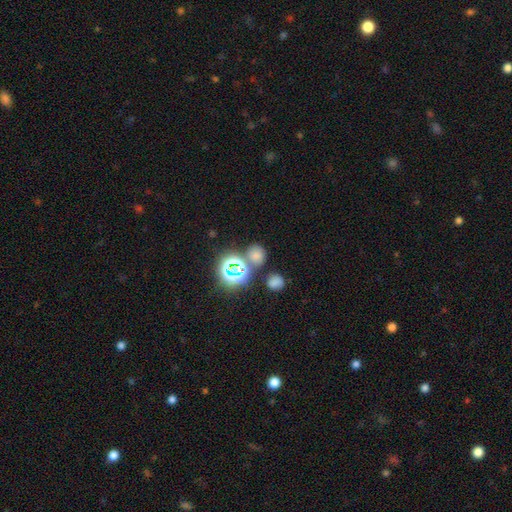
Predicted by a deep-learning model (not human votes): This is likely a smooth galaxy (62%). How rounded: likely round (74%). Merging: likely none (68%).